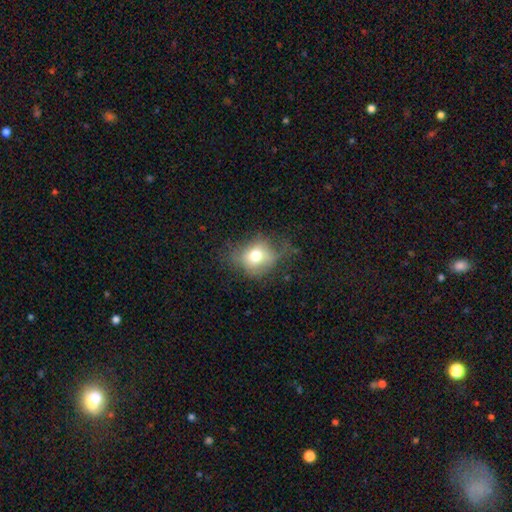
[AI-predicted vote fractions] Smooth or featured? smooth (67%)
How rounded? round (60%)
Merging? none (48%)